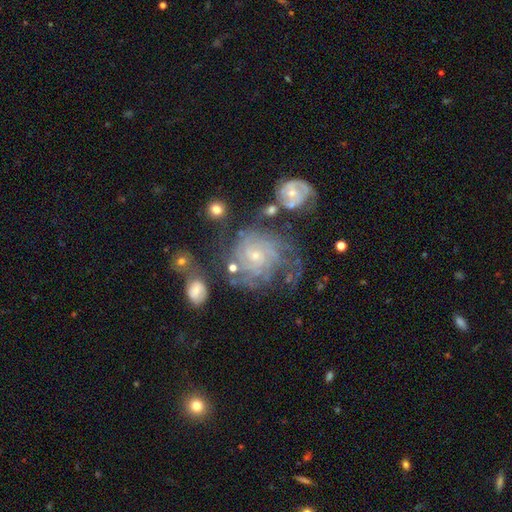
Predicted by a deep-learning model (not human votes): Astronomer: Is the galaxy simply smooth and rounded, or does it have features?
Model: featured or disk — 84%.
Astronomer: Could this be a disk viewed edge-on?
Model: no — 97%.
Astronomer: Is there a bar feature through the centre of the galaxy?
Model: no — 70%.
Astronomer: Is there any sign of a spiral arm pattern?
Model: yes — 96%.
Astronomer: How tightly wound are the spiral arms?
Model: tight — 72%.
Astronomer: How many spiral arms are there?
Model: can't tell — 32% (runner-up: 4, 21%).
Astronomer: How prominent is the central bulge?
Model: small — 70%.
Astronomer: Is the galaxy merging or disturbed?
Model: none — 52%.